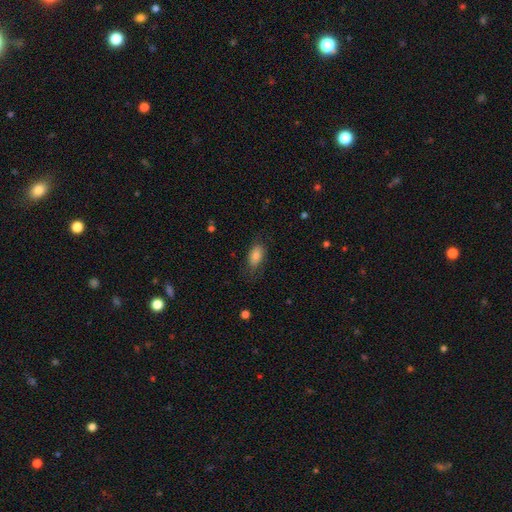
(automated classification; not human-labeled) Q: Smooth or featured?
A: smooth (78%); runner-up: featured or disk (13%)
Q: How rounded?
A: in between (88%); runner-up: round (6%)
Q: Merging?
A: none (74%); runner-up: minor disturbance (19%)